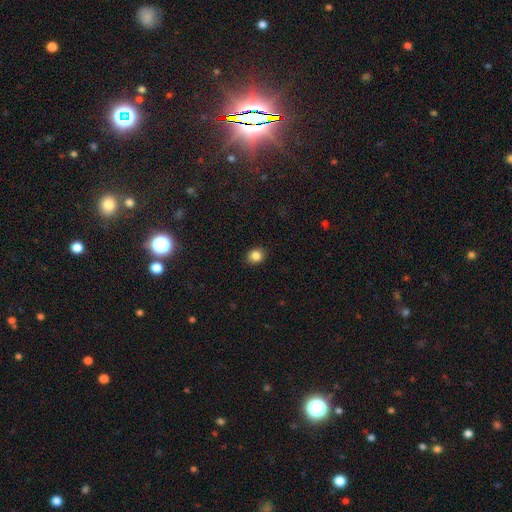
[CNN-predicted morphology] smooth 85%, star or artifact 11%, featured or disk 5%. Down the decision tree: how rounded — round (69%); merging — none (89%).